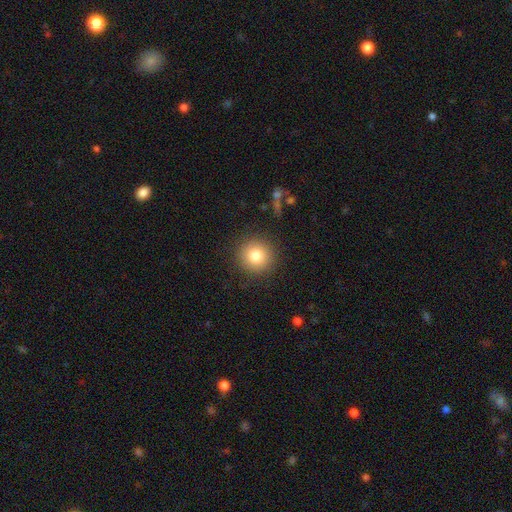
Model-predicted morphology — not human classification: This appears to be a smooth galaxy with no disk features (81%) that is round (94%). Merging: none (90%).